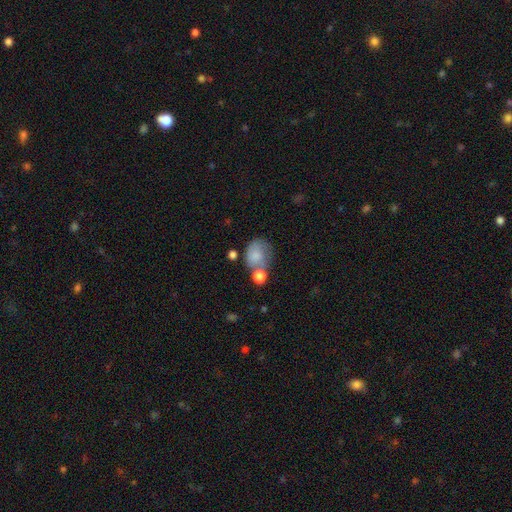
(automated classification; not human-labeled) Morphology: type=smooth (77%); roundness=round (50%); merging=none (39%).